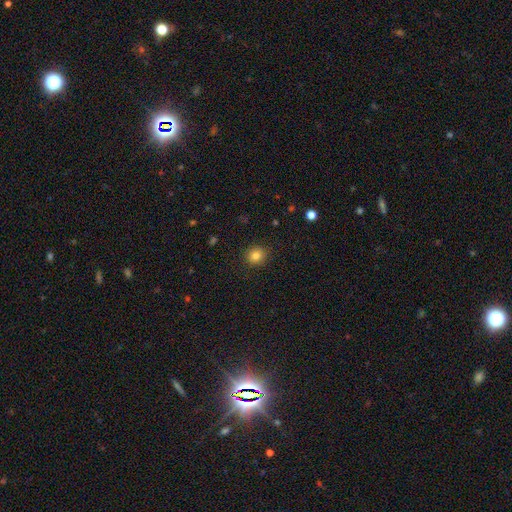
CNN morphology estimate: The model was most divided on "smooth or featured": smooth: 83%, star or artifact: 12%, featured or disk: 6%. More confident: merging — none (90%); how rounded — round (86%).